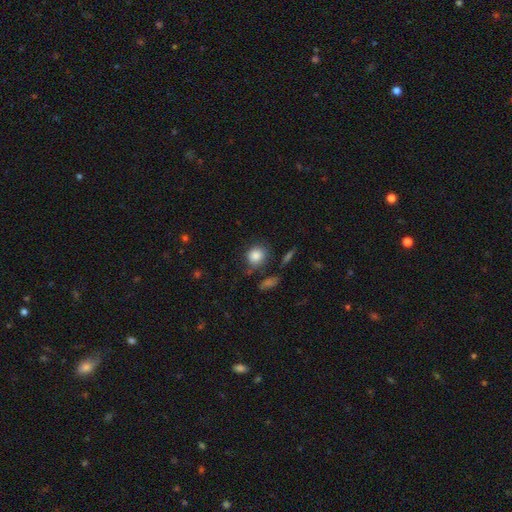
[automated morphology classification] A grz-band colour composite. It shows a smooth galaxy with no disk features (86%) that is round (75%). Merging: none (70%).